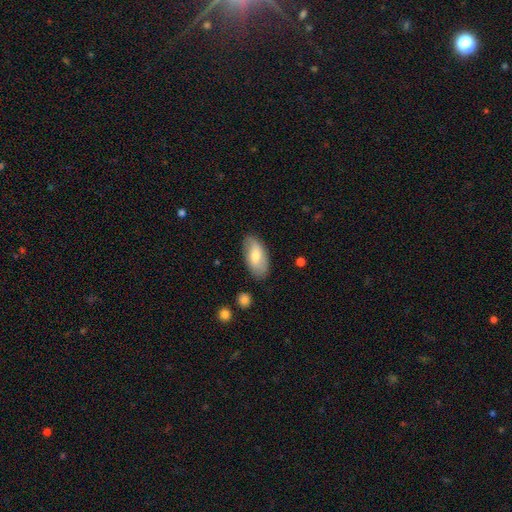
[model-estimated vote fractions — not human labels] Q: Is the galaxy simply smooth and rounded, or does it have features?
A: smooth — 70%.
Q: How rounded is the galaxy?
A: in between — 93%.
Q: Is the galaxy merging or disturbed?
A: none — 82%.